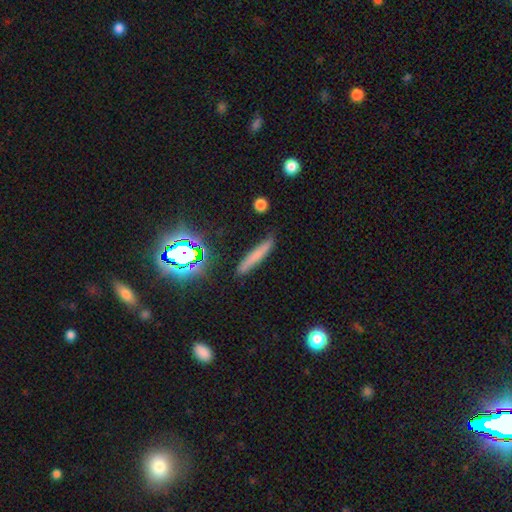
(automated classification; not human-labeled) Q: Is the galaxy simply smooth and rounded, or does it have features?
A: smooth — 66%.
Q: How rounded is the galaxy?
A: cigar-shaped — 92%.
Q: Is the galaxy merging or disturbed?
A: none — 86%.